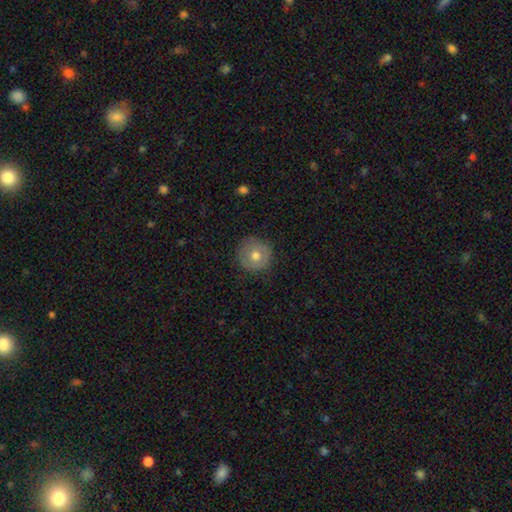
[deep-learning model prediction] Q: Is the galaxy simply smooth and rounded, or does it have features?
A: smooth — 66%.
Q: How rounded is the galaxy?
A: round — 95%.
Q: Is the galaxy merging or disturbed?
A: none — 87%.